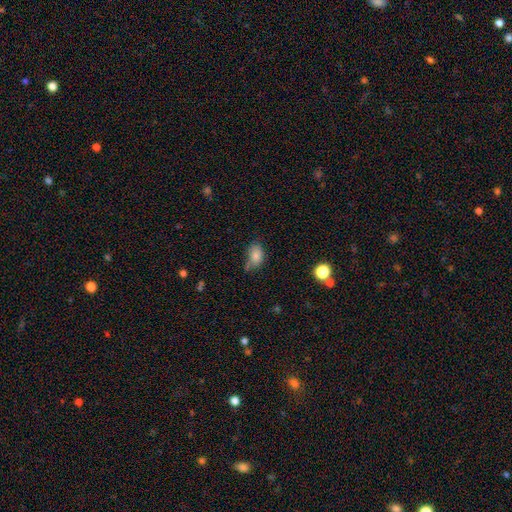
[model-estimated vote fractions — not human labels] A smooth galaxy with no disk features (81%) that is in between round and cigar-shaped (83%).

Vote fractions:
- Smooth or featured? smooth: 81% / star or artifact: 10% / featured or disk: 9%
- How rounded? in between: 83% / round: 16% / cigar-shaped: 2%
- Merging? none: 50% / minor disturbance: 32% / major disturbance: 9% / merger: 9%